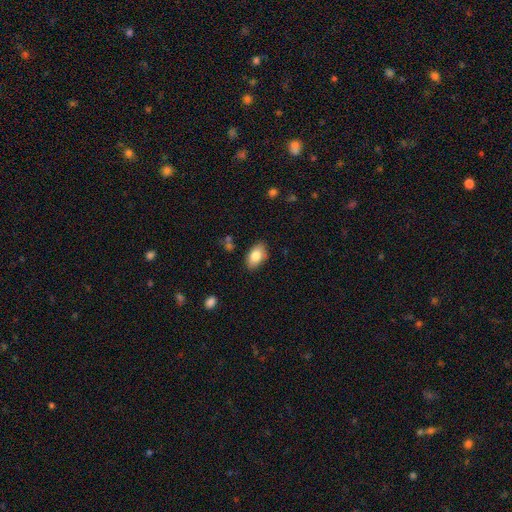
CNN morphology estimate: Smooth or featured? Predicted: smooth (p=0.82). How rounded? Predicted: in between (p=0.92). Merging? Predicted: none (p=0.85).